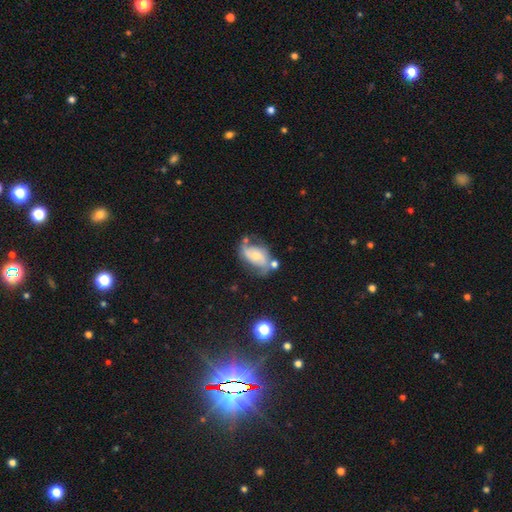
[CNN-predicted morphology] smooth-or-featured: featured or disk: 72% | smooth: 20% | star or artifact: 8%
  disk-edge-on: no: 96% | yes: 4%
    bar: no: 58% | weak: 31% | strong: 11%
    has-spiral-arms: yes: 87% | no: 13%
      spiral-winding: medium: 41% | loose: 40% | tight: 19%
      spiral-arm-count: 2: 84% | can't tell: 9% | 1: 4% | 3: 2% | 4: 1% | more than 4: 1%
    bulge-size: moderate: 50% | small: 43% | large: 4% | none: 2% | dominant: 1%
  merging: none: 51% | minor disturbance: 23% | major disturbance: 13% | merger: 13%